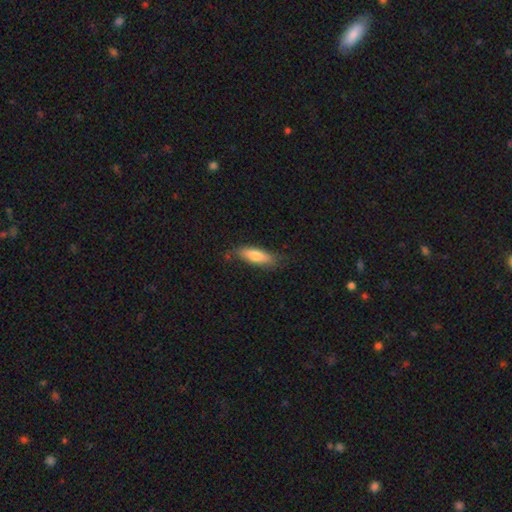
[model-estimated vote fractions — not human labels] The model was most divided on "how rounded": in between: 53%, cigar-shaped: 45%, round: 2%. More confident: smooth or featured — smooth (74%); merging — none (70%).